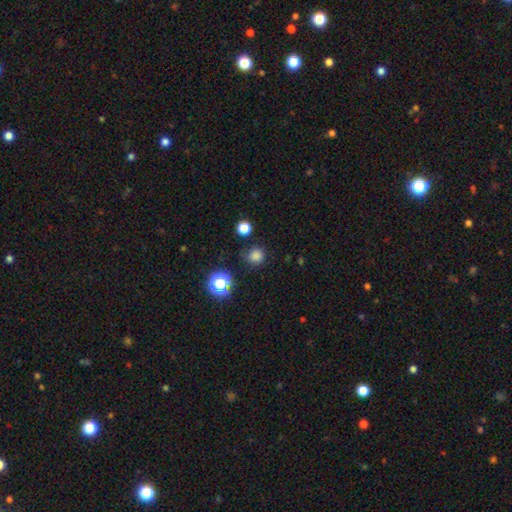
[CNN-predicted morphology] Smooth or featured? Predicted: smooth (p=0.77). How rounded? Predicted: round (p=0.91). Merging? Predicted: none (p=0.78).